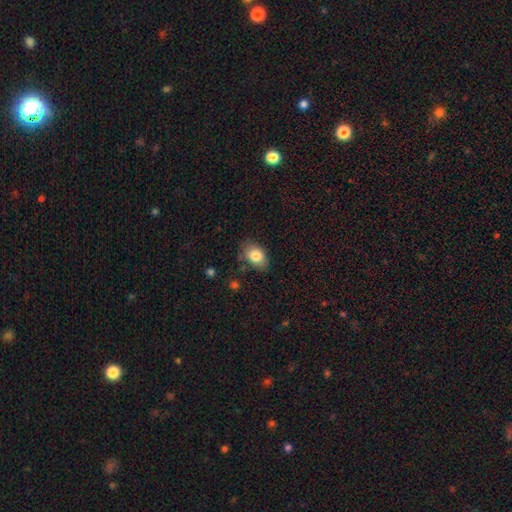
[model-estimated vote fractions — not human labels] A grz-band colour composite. It shows a smooth galaxy with no disk features (82%) that is in between round and cigar-shaped (82%). Merging: none (74%).